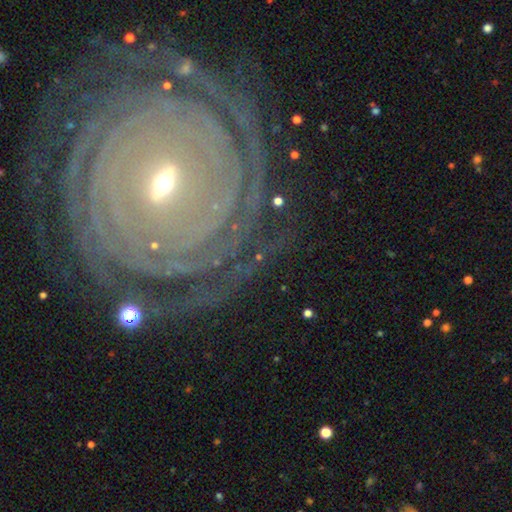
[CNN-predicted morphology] featured or disk 86%, star or artifact 8%, smooth 6%. Down the decision tree: edge-on disk — no (95%); bar — strong (36%); spiral arms — yes (96%); spiral arm count — can't tell (25%); spiral winding — tight (88%); bulge size — small (61%); merging — none (81%).